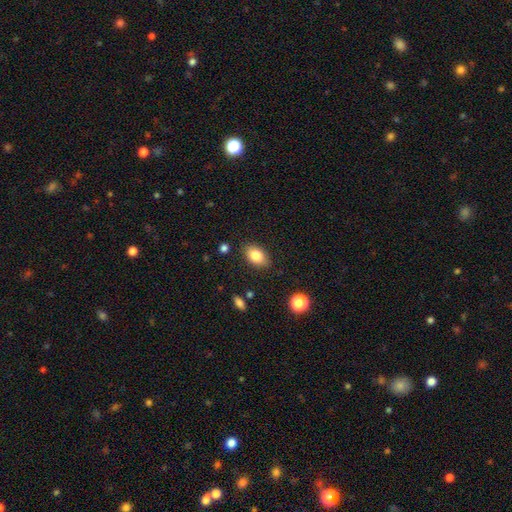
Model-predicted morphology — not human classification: Smooth or featured? smooth (82%)
How rounded? in between (86%)
Merging? none (84%)